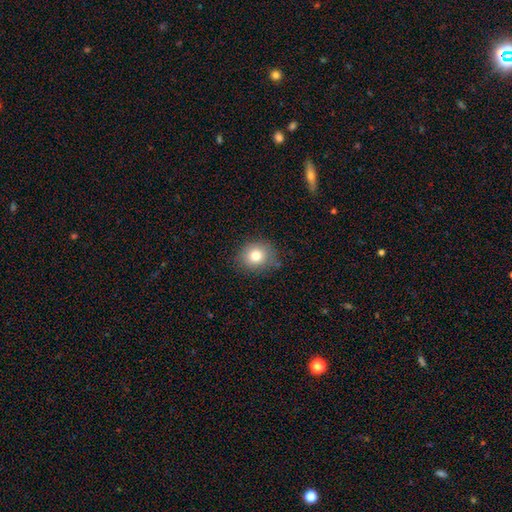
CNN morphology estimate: Overall: smooth (79%). How rounded: round (71%). Merging: none (81%).